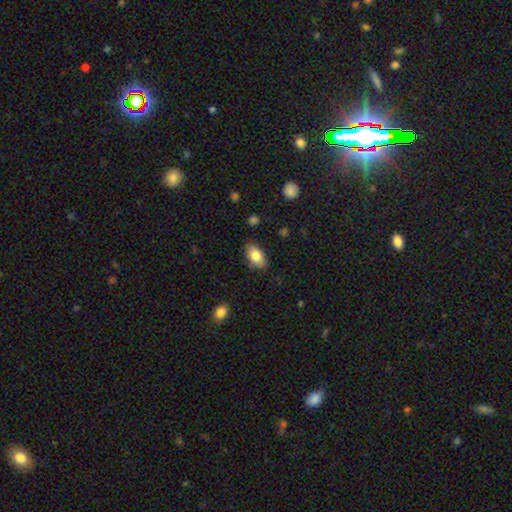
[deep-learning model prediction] This is clearly a smooth galaxy (82%). How rounded: clearly in between (91%). Merging: clearly none (85%).